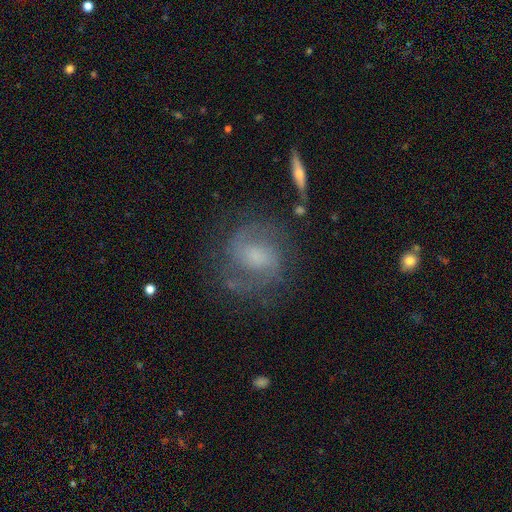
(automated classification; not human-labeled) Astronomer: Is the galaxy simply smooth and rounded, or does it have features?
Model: featured or disk — 79%.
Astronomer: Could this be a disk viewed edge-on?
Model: no — 97%.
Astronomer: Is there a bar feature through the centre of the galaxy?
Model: weak — 47% (runner-up: no, 40%).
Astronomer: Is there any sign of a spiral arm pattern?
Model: yes — 94%.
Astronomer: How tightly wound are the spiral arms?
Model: medium — 51% (runner-up: tight, 35%).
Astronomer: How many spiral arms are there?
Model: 2 — 80%.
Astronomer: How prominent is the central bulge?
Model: small — 36% (runner-up: moderate, 31%).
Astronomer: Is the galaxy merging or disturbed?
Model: none — 74%.